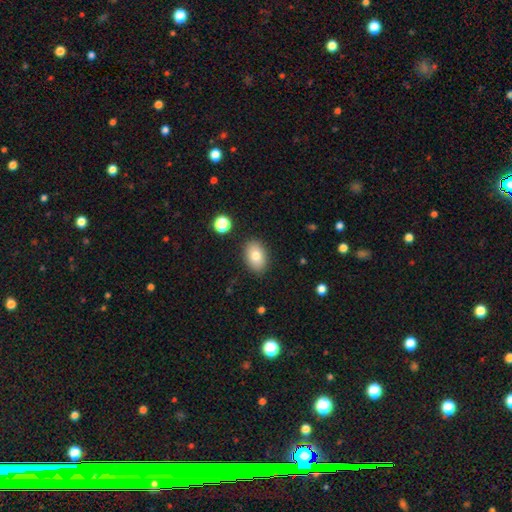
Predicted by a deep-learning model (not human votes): Smooth or featured? smooth (79%)
How rounded? in between (83%)
Merging? none (87%)